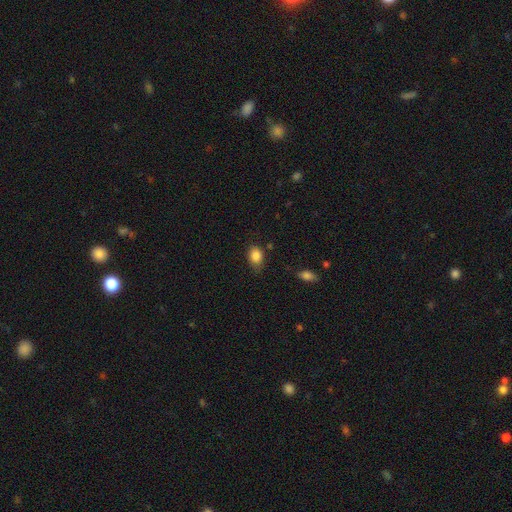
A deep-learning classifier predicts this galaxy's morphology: This appears to be a smooth galaxy with no disk features (86%) that is in between round and cigar-shaped (72%). Merging: none (68%).